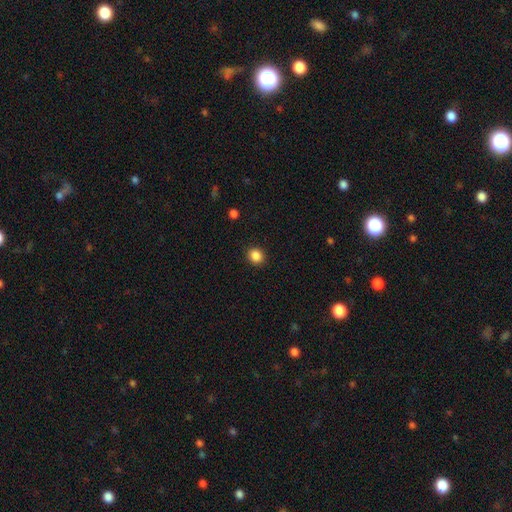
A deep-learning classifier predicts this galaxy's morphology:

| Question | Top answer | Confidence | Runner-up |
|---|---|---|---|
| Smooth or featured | smooth | 86% | star or artifact (10%) |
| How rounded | round | 77% | in between (23%) |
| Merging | none | 91% | minor disturbance (6%) |